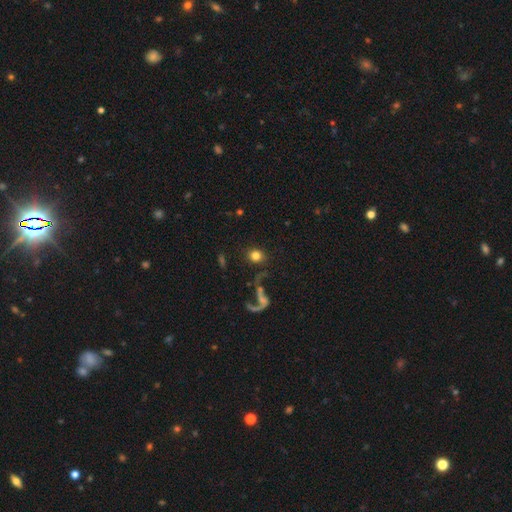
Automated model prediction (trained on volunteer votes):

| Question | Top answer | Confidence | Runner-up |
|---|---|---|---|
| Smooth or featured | smooth | 78% | featured or disk (12%) |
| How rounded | round | 83% | in between (15%) |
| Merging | none | 75% | minor disturbance (9%) |